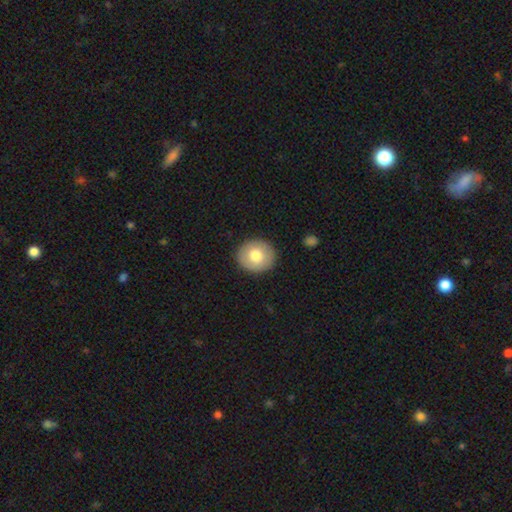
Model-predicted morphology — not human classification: Smooth or featured? smooth (75%)
How rounded? round (83%)
Merging? none (90%)